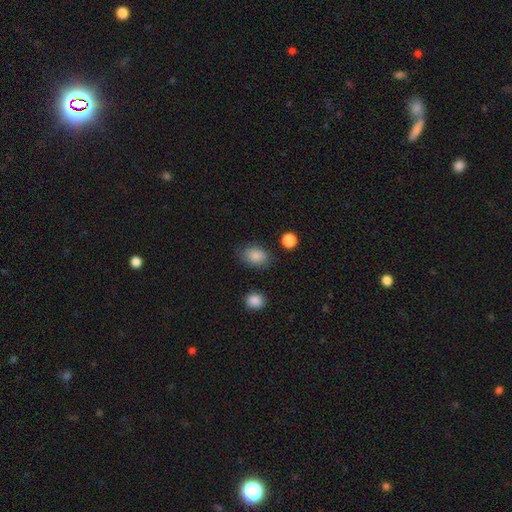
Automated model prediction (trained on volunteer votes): smooth-or-featured: smooth: 87% | star or artifact: 8% | featured or disk: 4%
  how-rounded: in between: 78% | round: 20% | cigar-shaped: 1%
  merging: none: 78% | minor disturbance: 15% | major disturbance: 4% | merger: 3%